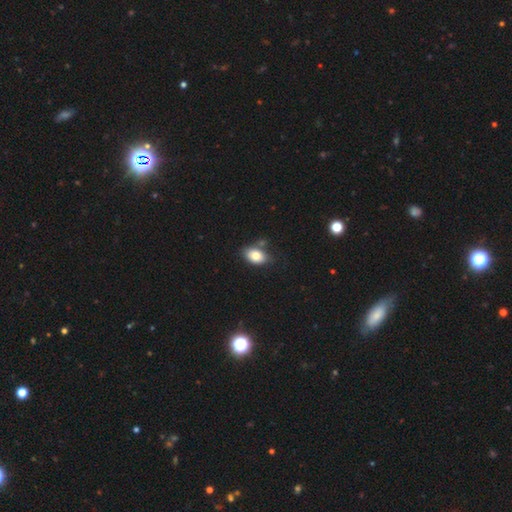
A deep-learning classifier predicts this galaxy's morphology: Smooth or featured?
  - smooth: 79% *
  - featured or disk: 13%
  - star or artifact: 9%
How rounded?
  - in between: 86% *
  - round: 13%
  - cigar-shaped: 1%
Merging?
  - none: 68% *
  - minor disturbance: 18%
  - merger: 10%
  - major disturbance: 5%